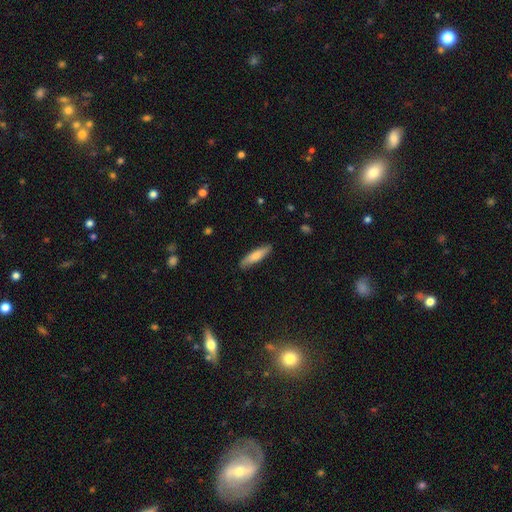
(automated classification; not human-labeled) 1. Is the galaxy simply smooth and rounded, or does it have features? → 72% smooth, 22% featured or disk, 6% star or artifact.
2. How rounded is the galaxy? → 77% cigar-shaped, 21% in between, 2% round.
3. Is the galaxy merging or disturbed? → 87% none, 10% minor disturbance, 2% major disturbance, 1% merger.